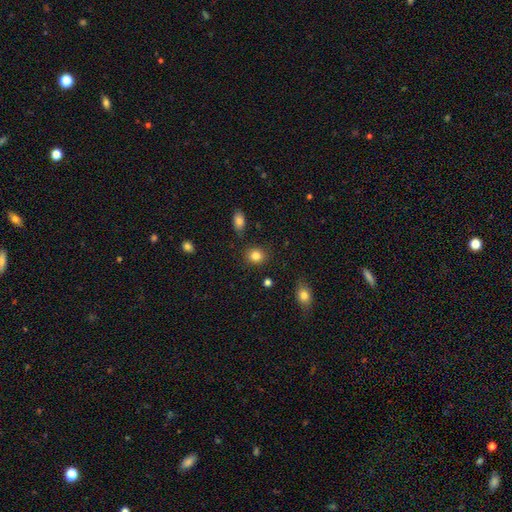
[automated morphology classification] A smooth galaxy with no disk features (84%) that is round (71%). Merging: none (86%).